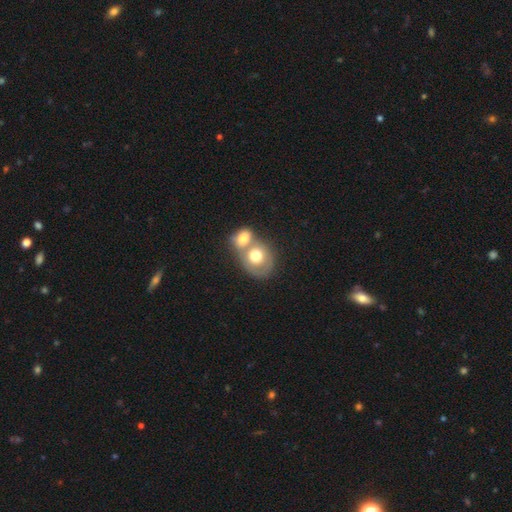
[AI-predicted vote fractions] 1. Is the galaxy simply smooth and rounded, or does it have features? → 63% smooth, 30% featured or disk, 7% star or artifact.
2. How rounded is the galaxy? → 63% round, 36% in between, 1% cigar-shaped.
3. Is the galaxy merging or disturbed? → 65% merger, 23% none, 8% minor disturbance, 5% major disturbance.